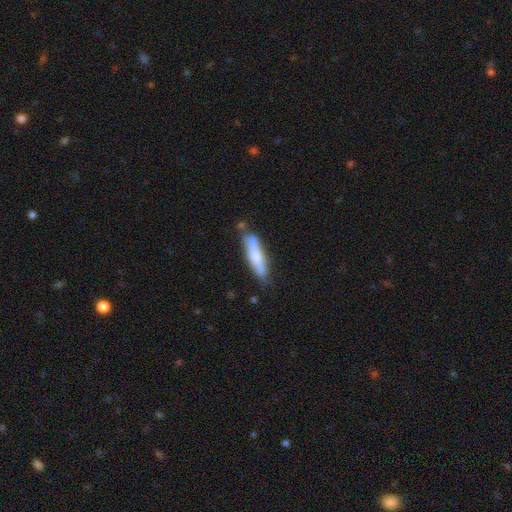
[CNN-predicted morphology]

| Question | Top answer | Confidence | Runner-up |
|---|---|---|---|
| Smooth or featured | smooth | 67% | featured or disk (27%) |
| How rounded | cigar-shaped | 77% | in between (21%) |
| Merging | none | 69% | minor disturbance (21%) |